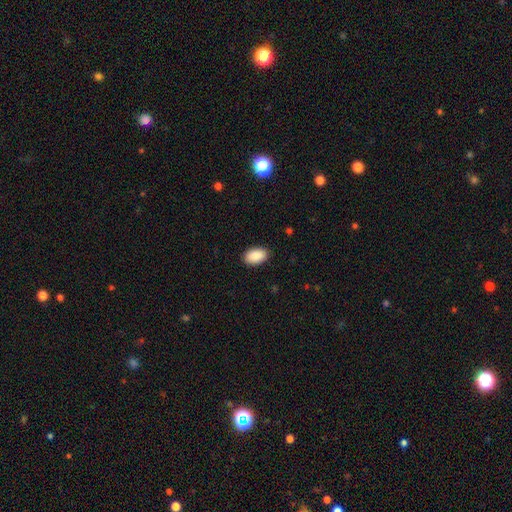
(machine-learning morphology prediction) type=smooth (89%); roundness=in between (93%); merging=none (89%).